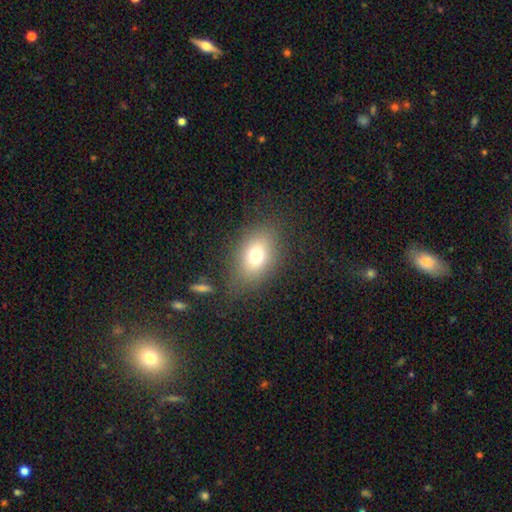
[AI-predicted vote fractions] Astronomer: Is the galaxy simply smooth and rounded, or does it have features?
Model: smooth — 72%.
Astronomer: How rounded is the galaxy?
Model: in between — 69%.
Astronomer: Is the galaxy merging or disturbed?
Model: none — 76%.